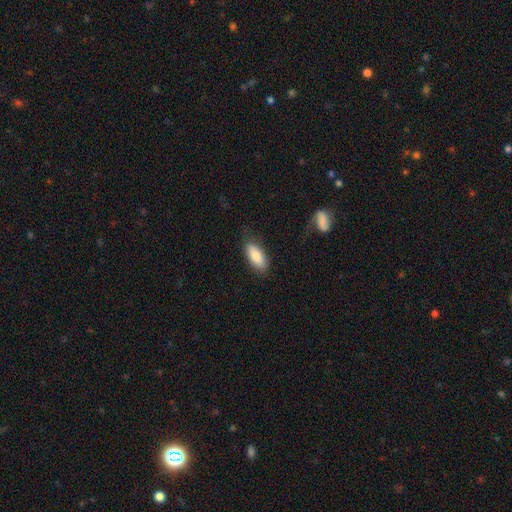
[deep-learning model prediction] smooth 83%, featured or disk 11%, star or artifact 6%. Down the decision tree: how rounded — in between (82%); merging — none (79%).